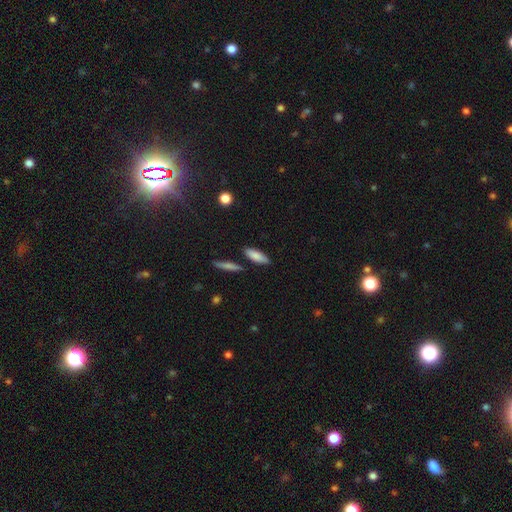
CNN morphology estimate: This appears to be a smooth galaxy with no disk features (83%) that is in between round and cigar-shaped (59%). Merging: none (82%).